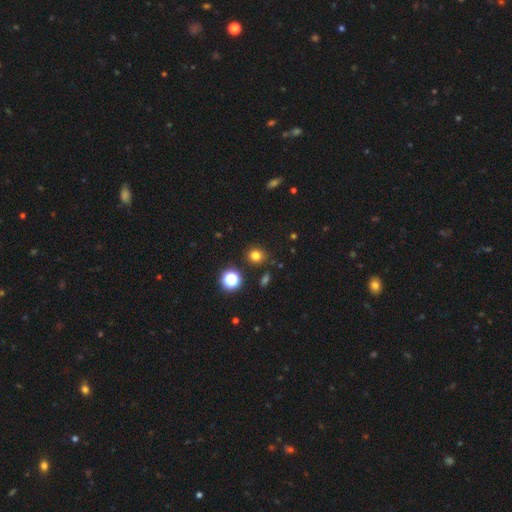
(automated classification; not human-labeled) Smooth or featured: smooth — 77% (star or artifact — 18%)
How rounded: round — 78% (in between — 21%)
Merging: none — 86% (minor disturbance — 8%)